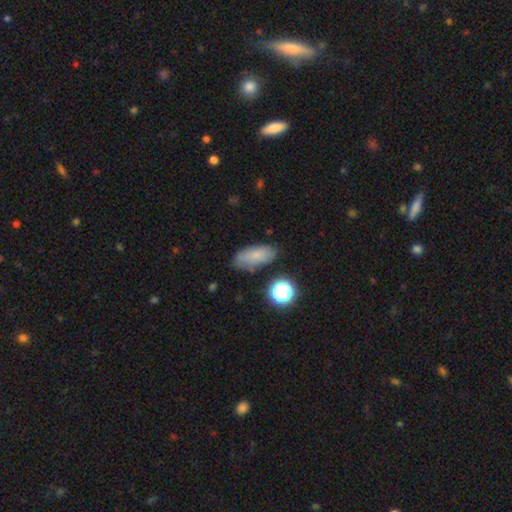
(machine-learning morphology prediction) smooth 75%, featured or disk 13%, star or artifact 12%. Down the decision tree: how rounded — in between (80%); merging — none (73%).